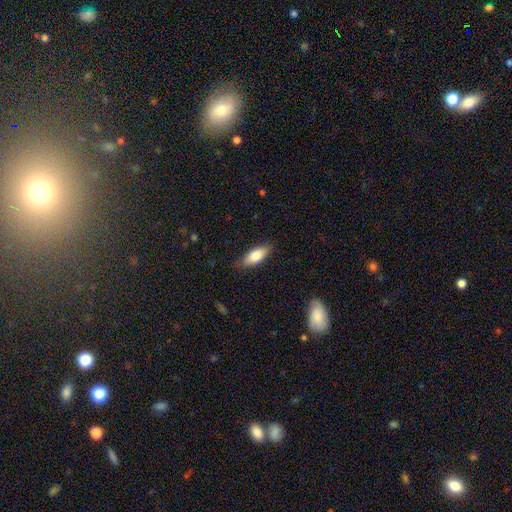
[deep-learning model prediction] smooth_or_featured: smooth (p=0.79) [alt: featured or disk p=0.15]
how_rounded: in between (p=0.79) [alt: cigar-shaped p=0.19]
merging: none (p=0.83) [alt: minor disturbance p=0.14]